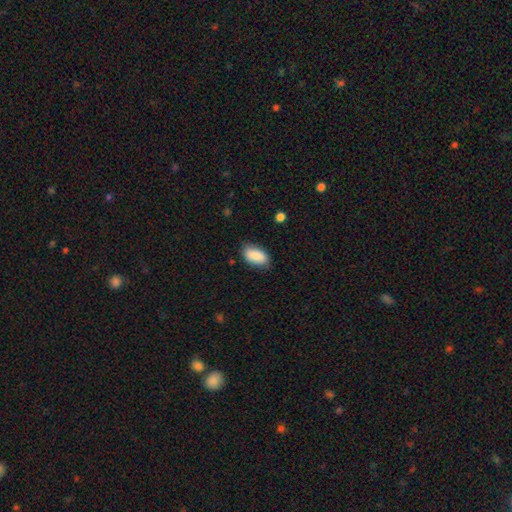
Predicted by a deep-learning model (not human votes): The model was most divided on "merging": none: 76%, minor disturbance: 19%, major disturbance: 4%, merger: 1%. More confident: how rounded — in between (93%); smooth or featured — smooth (86%).